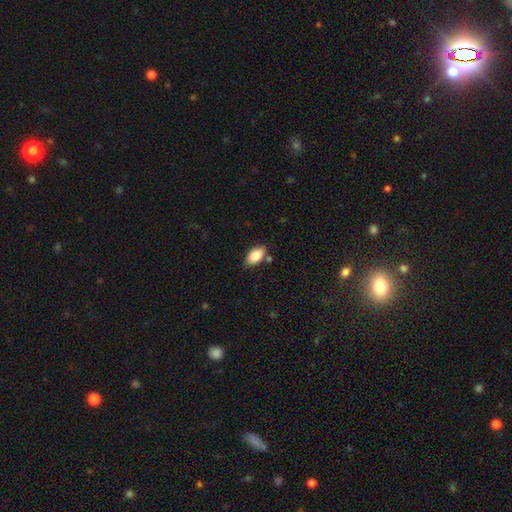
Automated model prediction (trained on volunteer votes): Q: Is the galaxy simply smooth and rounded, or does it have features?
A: smooth — 82%.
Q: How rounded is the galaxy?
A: in between — 93%.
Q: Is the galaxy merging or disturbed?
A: none — 81%.